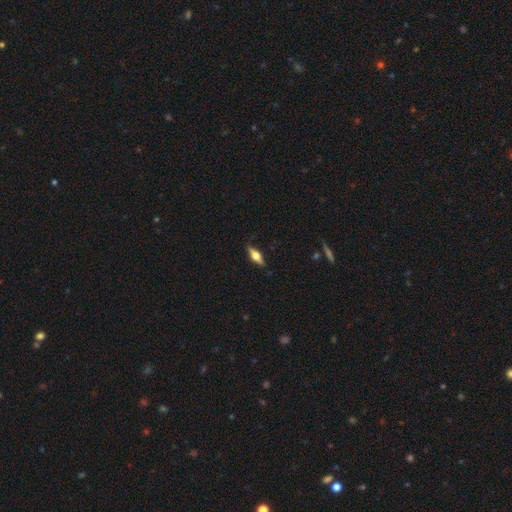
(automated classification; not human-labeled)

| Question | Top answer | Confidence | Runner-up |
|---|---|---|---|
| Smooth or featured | featured or disk | 54% | smooth (39%) |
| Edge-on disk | yes | 94% | no (6%) |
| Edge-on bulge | rounded | 90% | boxy (8%) |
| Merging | none | 85% | minor disturbance (12%) |